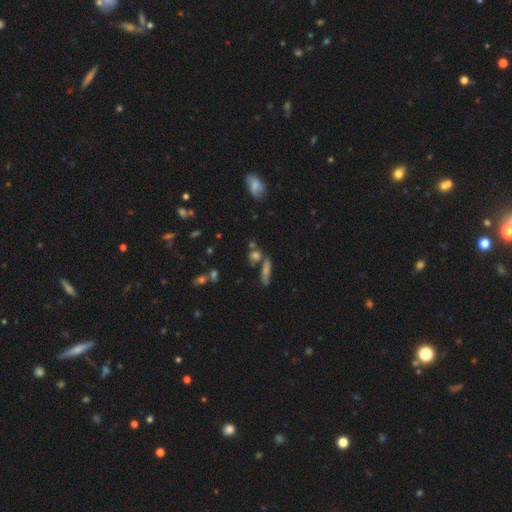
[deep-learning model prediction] Q: Smooth or featured?
A: smooth (60%); runner-up: star or artifact (21%)
Q: How rounded?
A: cigar-shaped (37%); runner-up: in between (35%)
Q: Merging?
A: none (58%); runner-up: merger (24%)